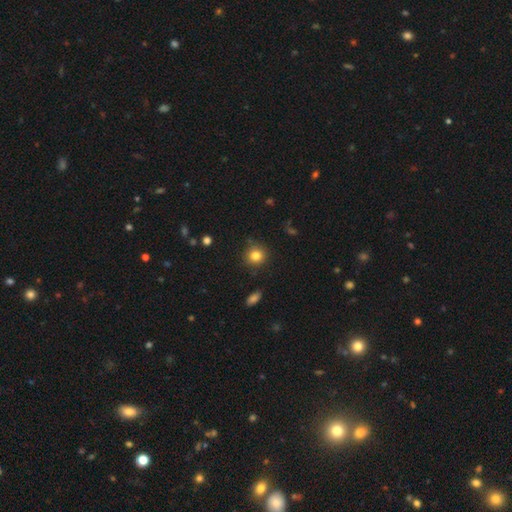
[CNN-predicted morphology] A smooth galaxy with no disk features (82%) that is round (89%). Merging: none (86%).